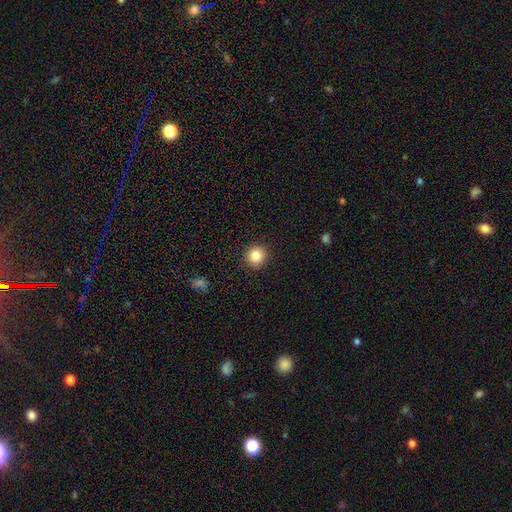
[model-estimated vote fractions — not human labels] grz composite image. It shows a smooth galaxy with no disk features (85%) that is round (93%). Merging: none (92%).